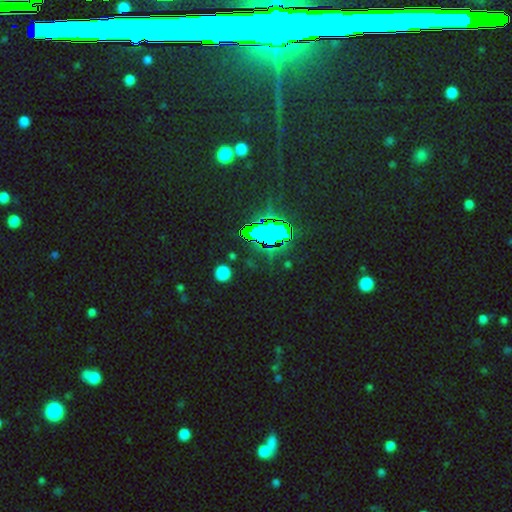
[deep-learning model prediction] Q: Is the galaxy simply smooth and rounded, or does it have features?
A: star or artifact — 83%.